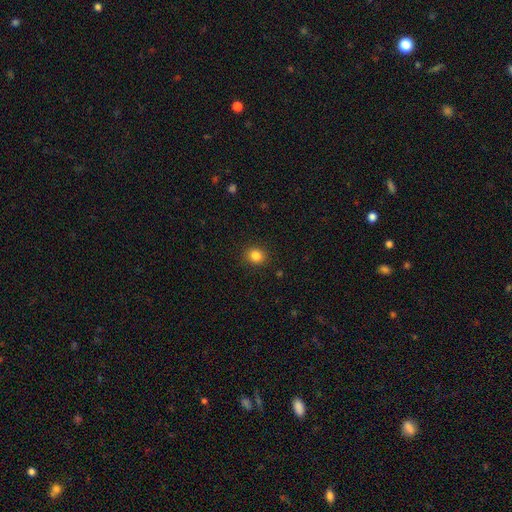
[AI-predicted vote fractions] Smooth or featured?
  - smooth: 84% *
  - star or artifact: 11%
  - featured or disk: 4%
How rounded?
  - round: 77% *
  - in between: 22%
  - cigar-shaped: 1%
Merging?
  - none: 90% *
  - minor disturbance: 7%
  - major disturbance: 2%
  - merger: 1%